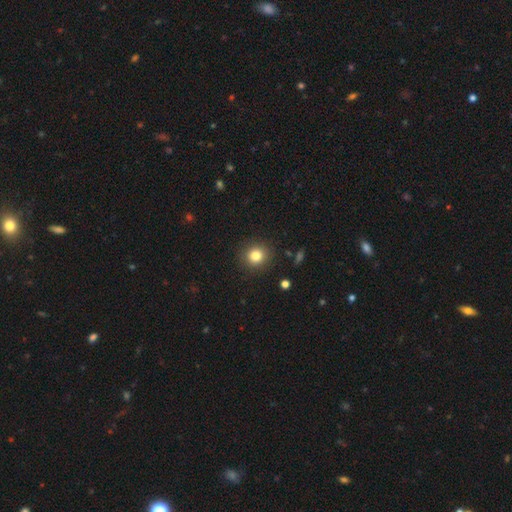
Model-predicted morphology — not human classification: A smooth galaxy with no disk features (82%) that is round (88%). Merging: none (90%).